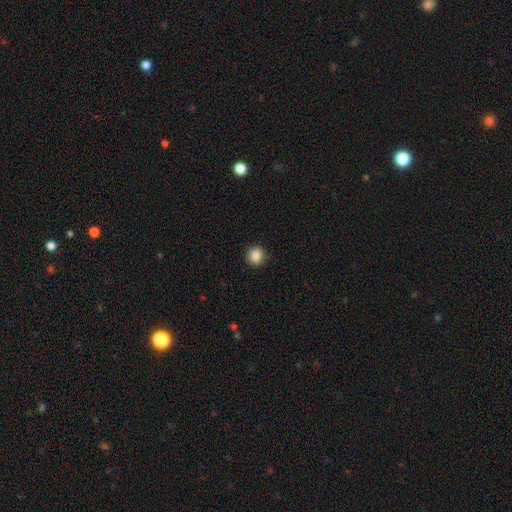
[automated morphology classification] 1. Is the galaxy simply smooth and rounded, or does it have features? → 86% smooth, 10% star or artifact, 4% featured or disk.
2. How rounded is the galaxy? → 92% round, 7% in between, 1% cigar-shaped.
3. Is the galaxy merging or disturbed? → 92% none, 5% minor disturbance, 2% major disturbance, 1% merger.